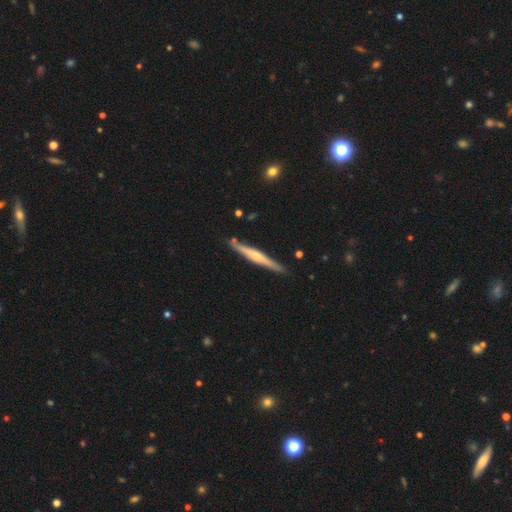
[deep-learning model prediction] Smooth or featured? featured or disk (67%)
Edge-on disk? yes (97%)
Edge-on bulge? rounded (73%)
Merging? none (86%)